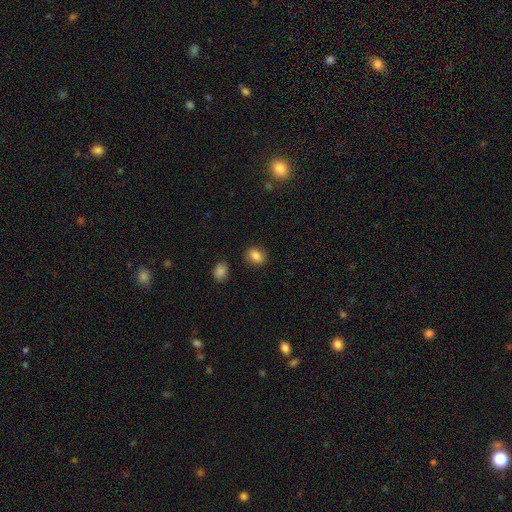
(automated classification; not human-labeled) smooth_or_featured: smooth (p=0.85) [alt: star or artifact p=0.09]
how_rounded: in between (p=0.63) [alt: round p=0.36]
merging: none (p=0.83) [alt: minor disturbance p=0.11]